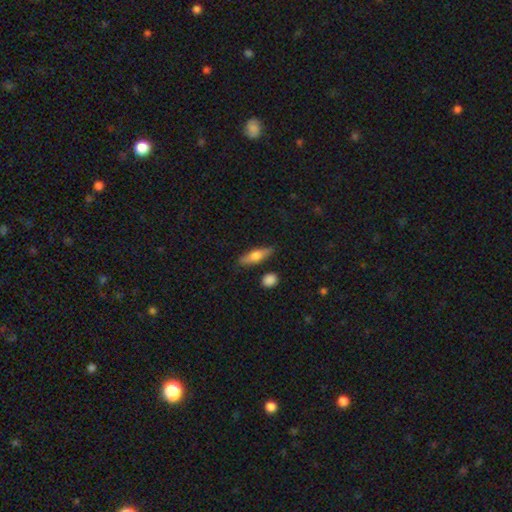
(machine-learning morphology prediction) smooth_or_featured: smooth (p=0.59) [alt: featured or disk p=0.35]
how_rounded: cigar-shaped (p=0.54) [alt: in between p=0.43]
merging: none (p=0.84) [alt: minor disturbance p=0.11]